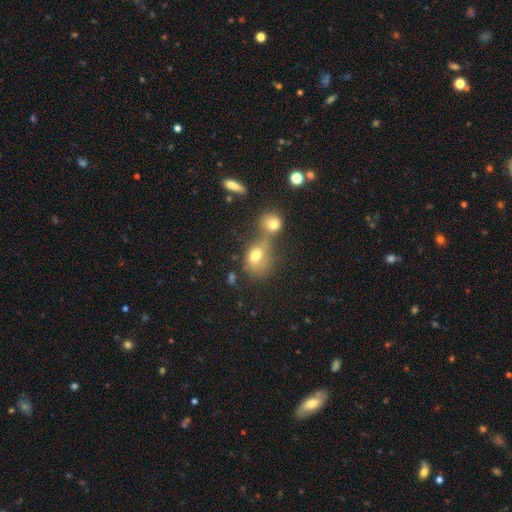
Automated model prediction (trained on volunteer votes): The model was most divided on "how rounded": in between: 53%, round: 45%, cigar-shaped: 2%. More confident: smooth or featured — smooth (71%); merging — merger (54%).